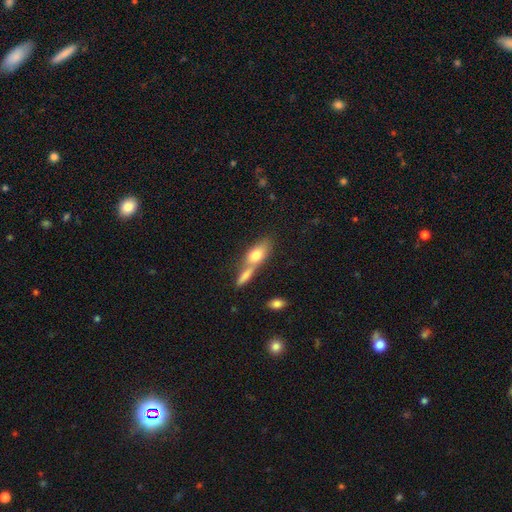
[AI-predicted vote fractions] Q: Smooth or featured?
A: smooth (73%); runner-up: featured or disk (20%)
Q: How rounded?
A: in between (75%); runner-up: cigar-shaped (19%)
Q: Merging?
A: merger (52%); runner-up: none (33%)